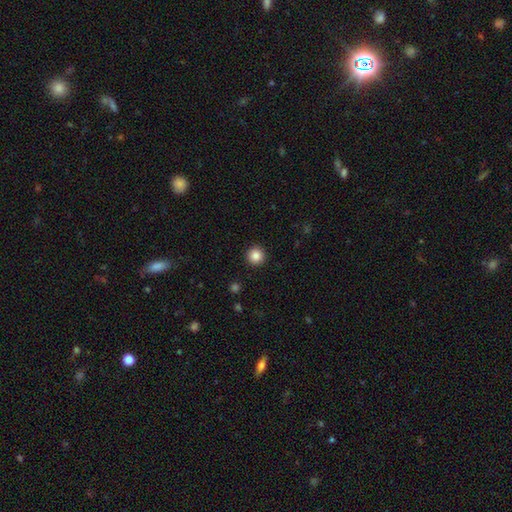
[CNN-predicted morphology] A smooth galaxy with no disk features (86%) that is round (96%). Merging: none (93%).